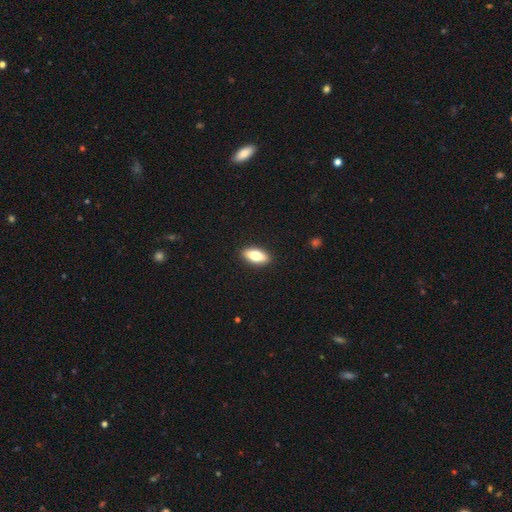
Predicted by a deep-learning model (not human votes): Smooth or featured?
  - smooth: 75% *
  - featured or disk: 19%
  - star or artifact: 7%
How rounded?
  - in between: 81% *
  - cigar-shaped: 15%
  - round: 3%
Merging?
  - none: 90% *
  - minor disturbance: 7%
  - major disturbance: 2%
  - merger: 1%